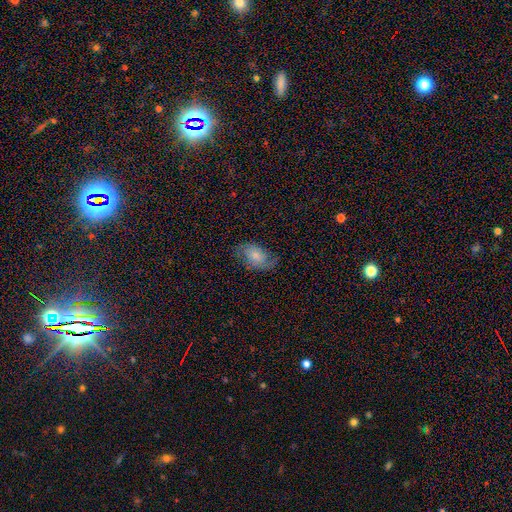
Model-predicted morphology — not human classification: Smooth or featured? featured or disk (46%)
Merging? none (63%)